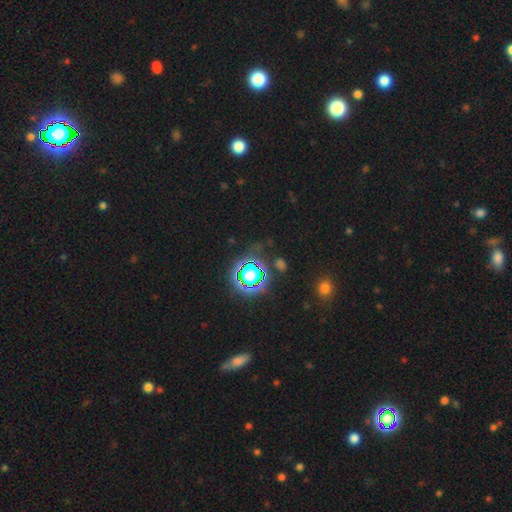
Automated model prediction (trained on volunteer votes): Q: Smooth or featured?
A: star or artifact (76%); runner-up: smooth (16%)